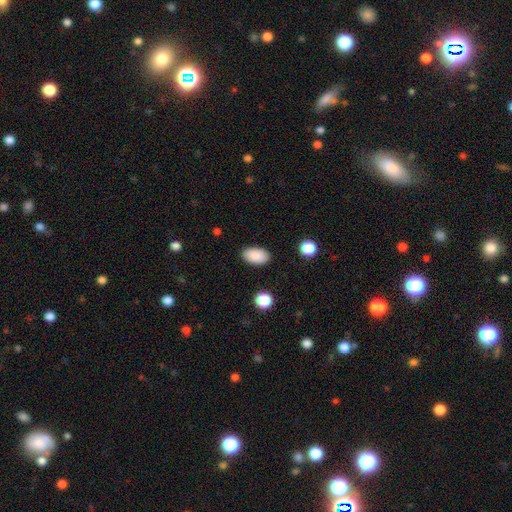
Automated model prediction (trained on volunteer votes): smooth 89%, star or artifact 7%, featured or disk 4%. Down the decision tree: how rounded — in between (94%); merging — none (88%).